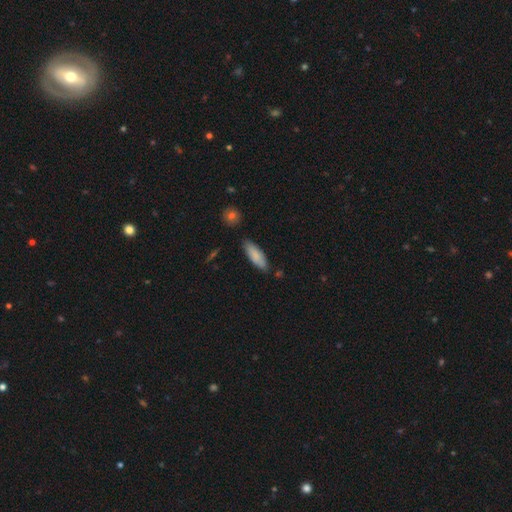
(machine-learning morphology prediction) Smooth or featured? Predicted: smooth (p=0.83). How rounded? Predicted: in between (p=0.61). Merging? Predicted: none (p=0.79).